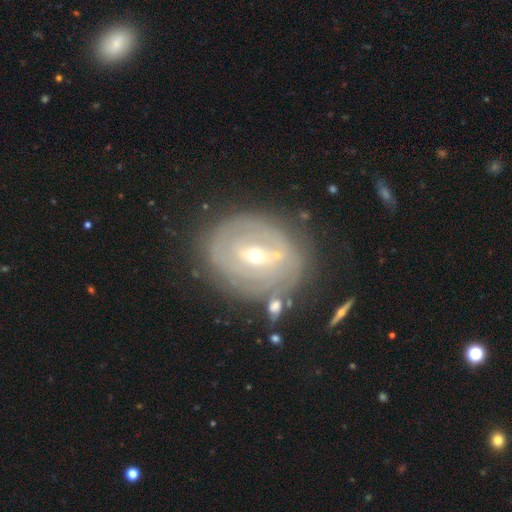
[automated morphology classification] A featured or disk galaxy (77%) with a weak bar (47%), tight (71%) spiral arms (68%) and a small central bulge (56%). Merging: none (71%).